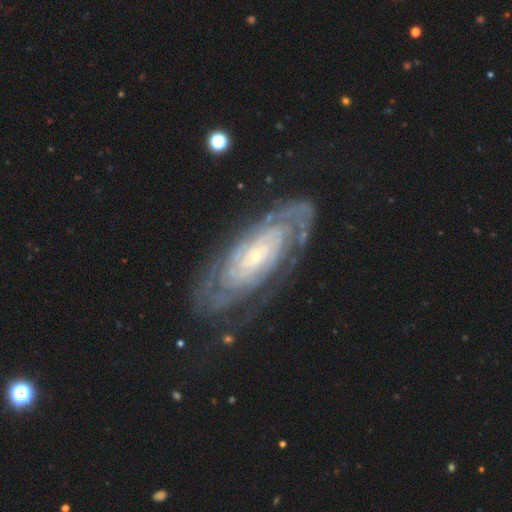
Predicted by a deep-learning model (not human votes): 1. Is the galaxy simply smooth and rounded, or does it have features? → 87% featured or disk, 7% smooth, 6% star or artifact.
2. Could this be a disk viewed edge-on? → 92% no, 8% yes.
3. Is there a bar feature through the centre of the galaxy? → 69% no, 22% weak, 9% strong.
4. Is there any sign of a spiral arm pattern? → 96% yes, 4% no.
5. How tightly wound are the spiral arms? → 79% tight, 17% medium, 4% loose.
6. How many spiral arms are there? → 38% can't tell, 24% 2, 12% 3, 11% 4, 9% more than 4, 6% 1.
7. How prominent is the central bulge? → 80% small, 14% moderate, 2% none, 2% large, 1% dominant.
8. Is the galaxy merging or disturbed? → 74% none, 16% minor disturbance, 8% major disturbance, 2% merger.